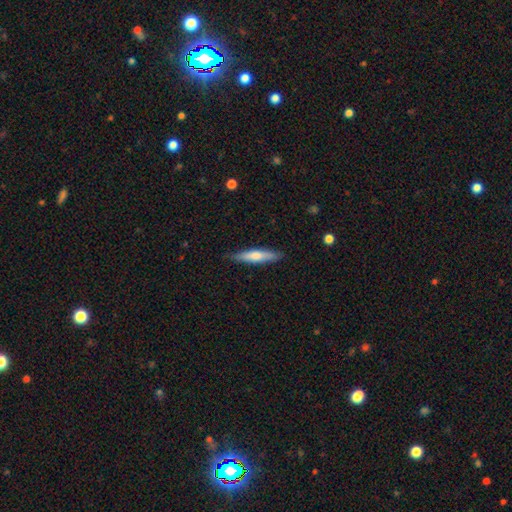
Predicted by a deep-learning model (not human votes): Morphology: type=smooth (65%); roundness=cigar-shaped (83%); merging=none (85%).